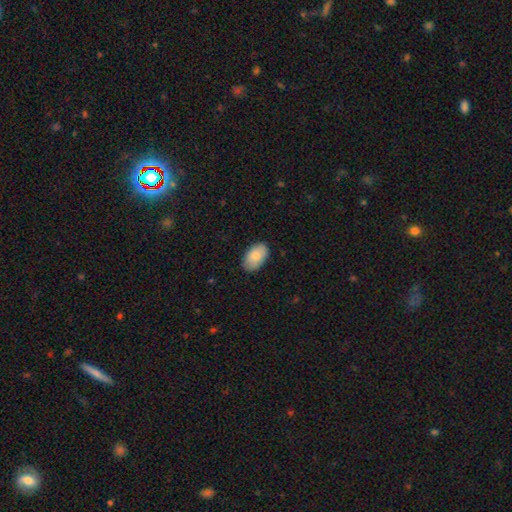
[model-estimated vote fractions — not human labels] Smooth or featured: smooth — 85% (featured or disk — 9%)
How rounded: in between — 94% (round — 5%)
Merging: none — 84% (minor disturbance — 12%)